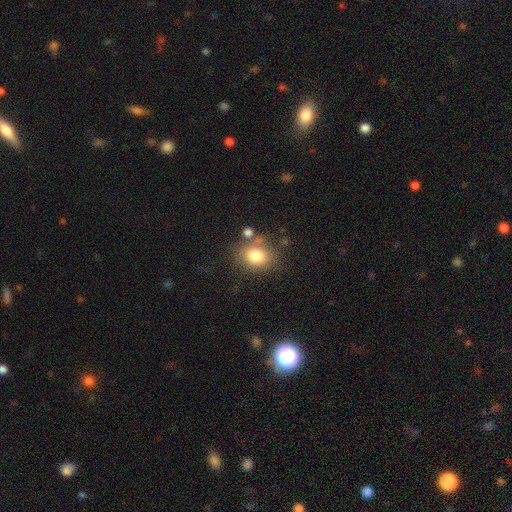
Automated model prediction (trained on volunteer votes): Smooth or featured? smooth (79%)
How rounded? in between (51%)
Merging? none (65%)